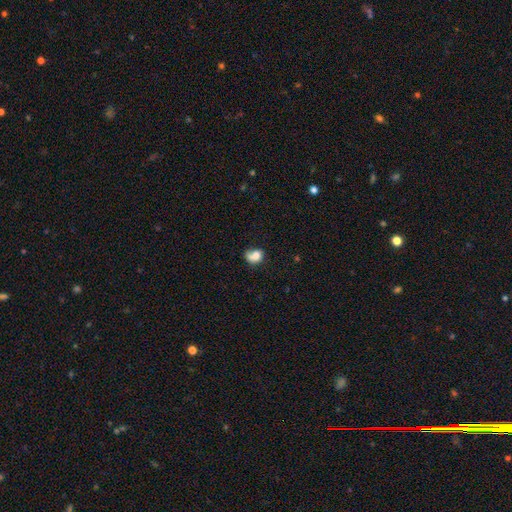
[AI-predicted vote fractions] A smooth galaxy with no disk features (73%) that is round (52%).

Vote fractions:
- Smooth or featured? smooth: 73% / featured or disk: 17% / star or artifact: 10%
- How rounded? round: 52% / in between: 47% / cigar-shaped: 1%
- Merging? none: 35% / merger: 24% / minor disturbance: 24% / major disturbance: 17%